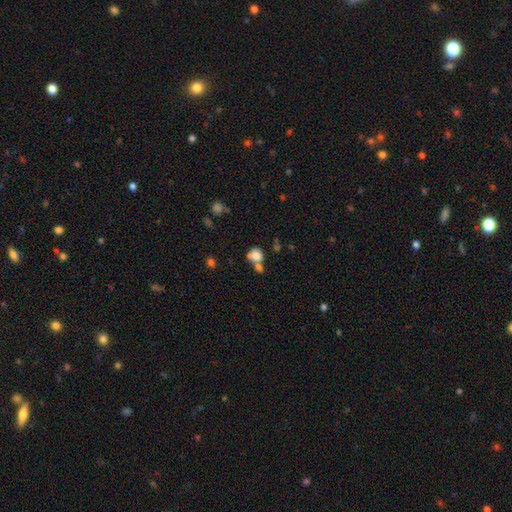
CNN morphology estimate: Overall: smooth (79%). How rounded: round (73%). Merging: merger (45%; none 39%).